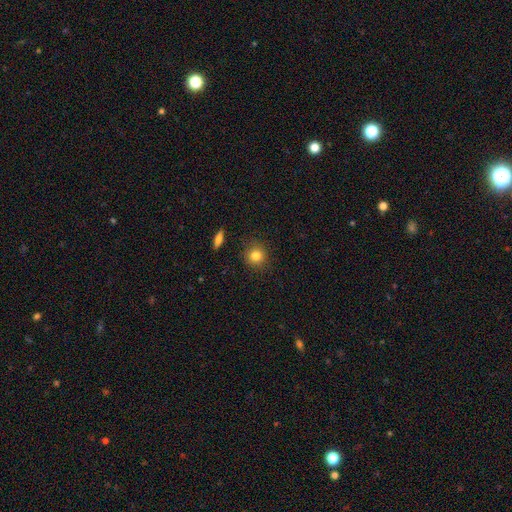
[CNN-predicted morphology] Smooth or featured? Predicted: smooth (p=0.82). How rounded? Predicted: round (p=0.89). Merging? Predicted: none (p=0.88).